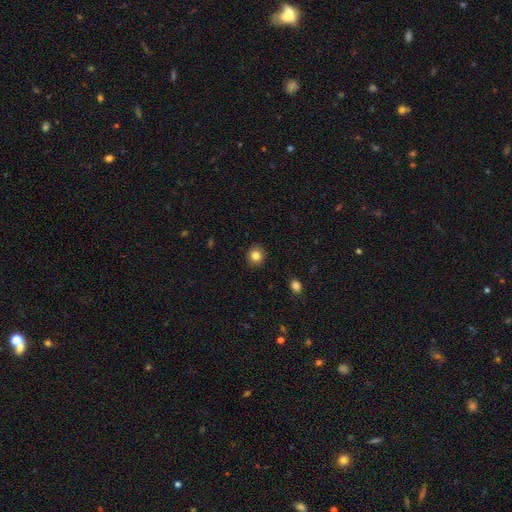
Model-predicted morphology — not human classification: smooth_or_featured: smooth (p=0.83) [alt: star or artifact p=0.11]
how_rounded: round (p=0.87) [alt: in between p=0.12]
merging: none (p=0.91) [alt: minor disturbance p=0.06]